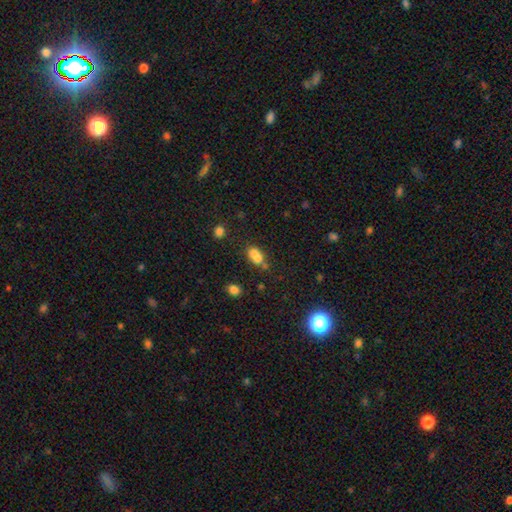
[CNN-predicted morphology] smooth 69%, featured or disk 17%, star or artifact 14%. Down the decision tree: how rounded — in between (62%); merging — merger (53%).